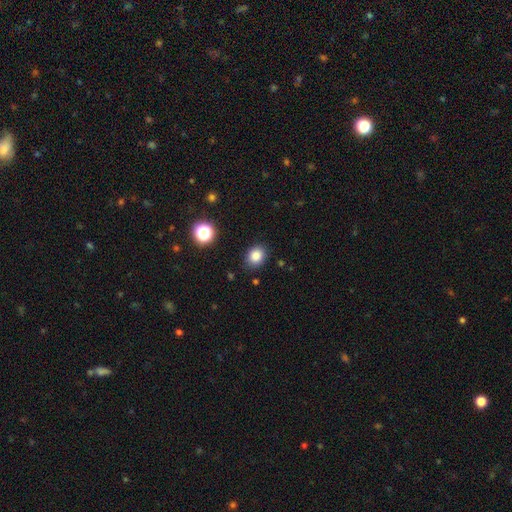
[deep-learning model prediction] This appears to be a smooth galaxy with no disk features (84%) that is round (62%). Merging: none (85%).